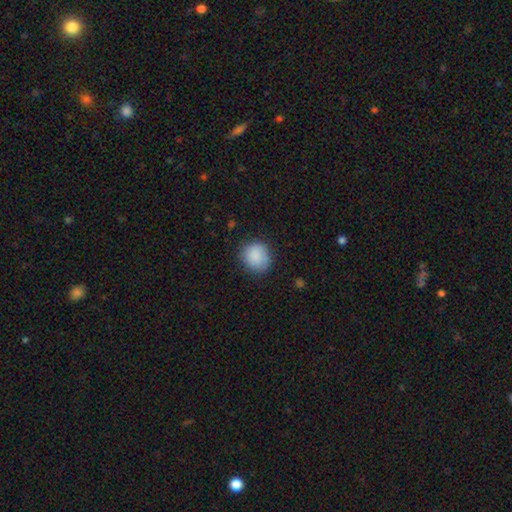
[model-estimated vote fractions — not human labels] smooth_or_featured: smooth (p=0.88) [alt: star or artifact p=0.07]
how_rounded: round (p=0.82) [alt: in between p=0.17]
merging: none (p=0.80) [alt: minor disturbance p=0.14]